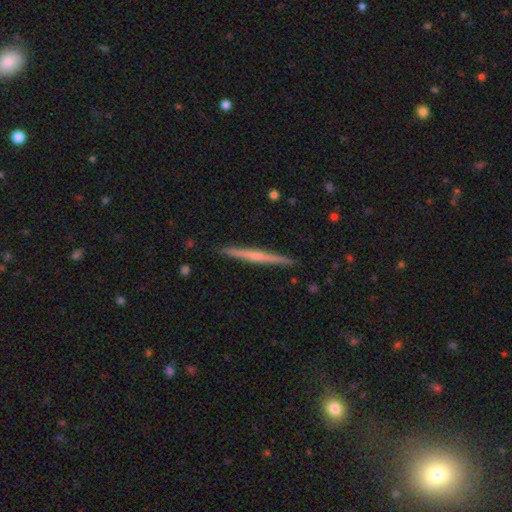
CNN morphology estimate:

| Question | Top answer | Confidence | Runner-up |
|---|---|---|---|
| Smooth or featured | featured or disk | 55% | smooth (40%) |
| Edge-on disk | yes | 98% | no (2%) |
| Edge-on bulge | none | 69% | rounded (24%) |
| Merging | none | 92% | minor disturbance (6%) |